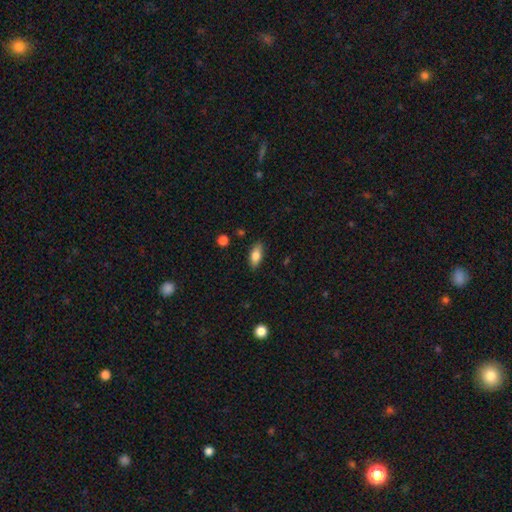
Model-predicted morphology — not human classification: type=smooth (79%); roundness=in between (84%); merging=none (85%).